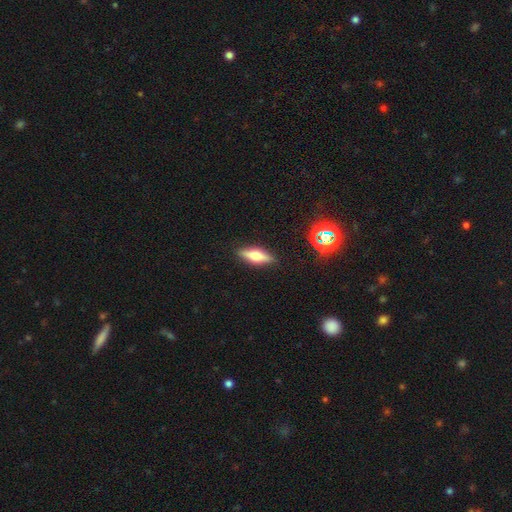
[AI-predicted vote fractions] Smooth or featured: featured or disk — 48% (smooth — 44%)
Merging: none — 89% (minor disturbance — 8%)